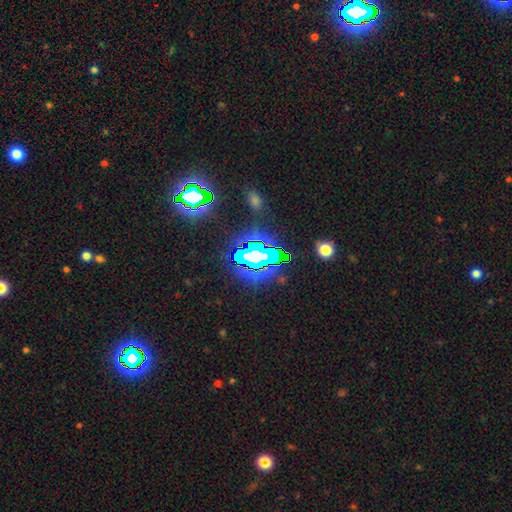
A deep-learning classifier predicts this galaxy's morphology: This appears to be a star or artifact, not a galaxy (73%).